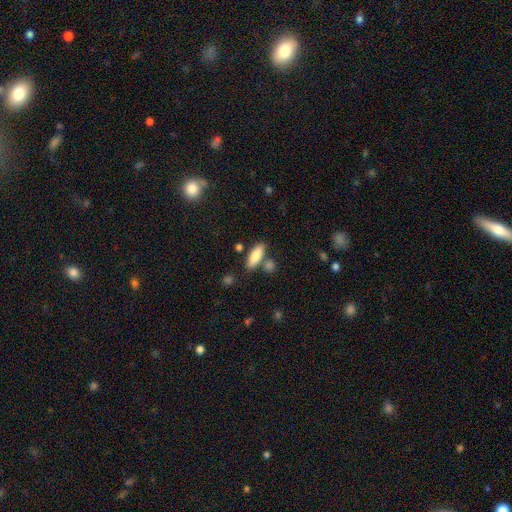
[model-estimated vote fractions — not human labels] A smooth galaxy with no disk features (80%) that is in between round and cigar-shaped (65%). Merging: none (75%).